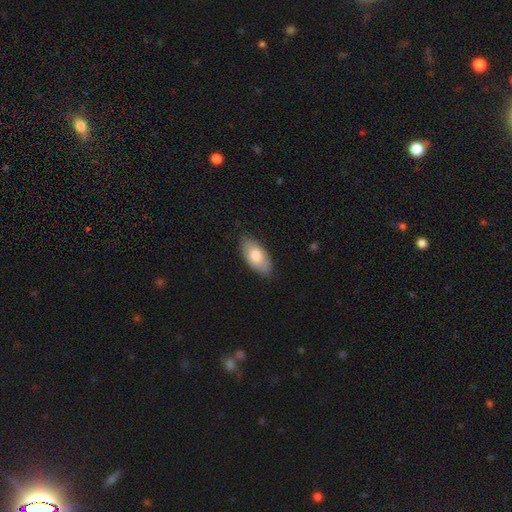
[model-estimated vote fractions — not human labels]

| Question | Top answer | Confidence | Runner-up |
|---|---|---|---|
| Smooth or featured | smooth | 76% | featured or disk (18%) |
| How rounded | in between | 93% | cigar-shaped (5%) |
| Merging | none | 81% | minor disturbance (15%) |